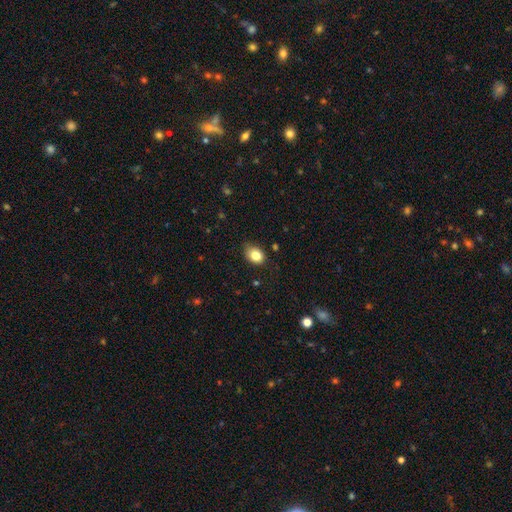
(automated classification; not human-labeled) Smooth or featured? Predicted: smooth (p=0.83). How rounded? Predicted: in between (p=0.60). Merging? Predicted: none (p=0.70).